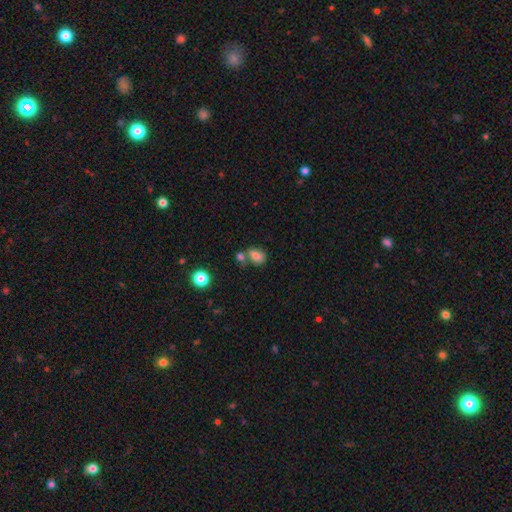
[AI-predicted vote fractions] A smooth galaxy with no disk features (79%) that is in between round and cigar-shaped (70%).

Vote fractions:
- Smooth or featured? smooth: 79% / star or artifact: 12% / featured or disk: 9%
- How rounded? in between: 70% / round: 29% / cigar-shaped: 2%
- Merging? none: 50% / merger: 31% / minor disturbance: 14% / major disturbance: 5%